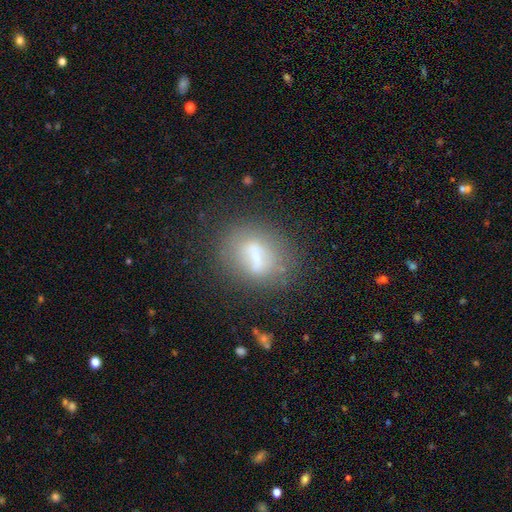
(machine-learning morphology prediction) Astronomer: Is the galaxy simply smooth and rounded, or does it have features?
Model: smooth — 45% (runner-up: featured or disk, 43%).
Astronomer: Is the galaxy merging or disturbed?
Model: none — 61%.